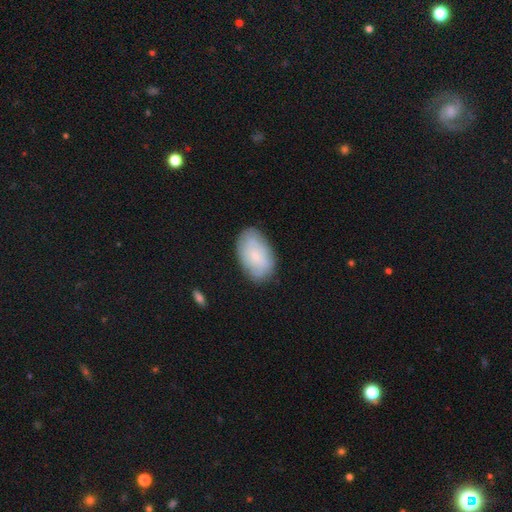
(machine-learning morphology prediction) The model was most divided on "smooth or featured": smooth: 65%, featured or disk: 28%, star or artifact: 7%. More confident: how rounded — in between (92%); merging — none (78%).